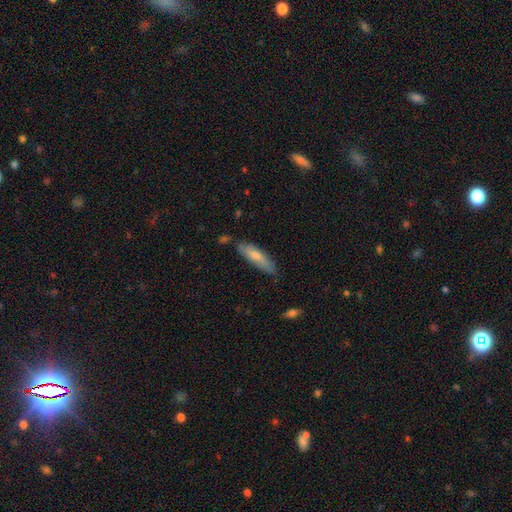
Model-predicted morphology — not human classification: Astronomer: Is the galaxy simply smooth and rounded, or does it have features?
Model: smooth — 65%.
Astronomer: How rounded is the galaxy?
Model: cigar-shaped — 61% (runner-up: in between, 38%).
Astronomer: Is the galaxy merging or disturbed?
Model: none — 71%.